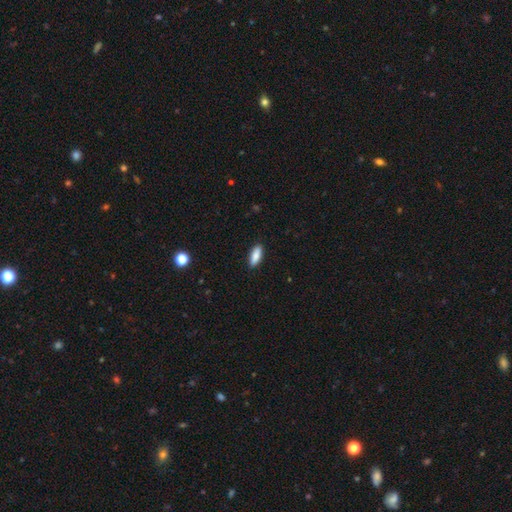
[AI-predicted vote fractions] Smooth or featured?
  - smooth: 87% *
  - star or artifact: 6%
  - featured or disk: 6%
How rounded?
  - in between: 68% *
  - cigar-shaped: 30%
  - round: 2%
Merging?
  - none: 90% *
  - minor disturbance: 8%
  - major disturbance: 2%
  - merger: 1%